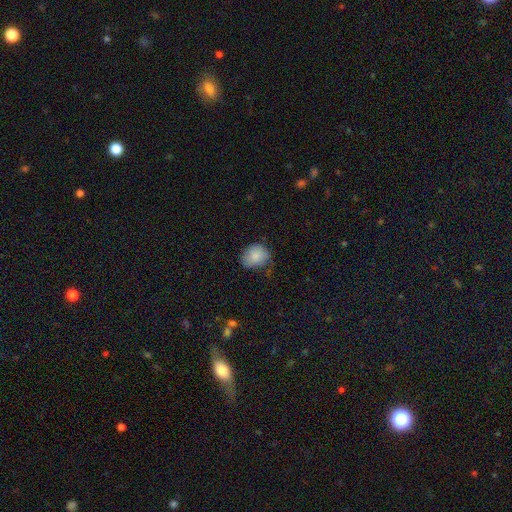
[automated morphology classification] This is clearly a smooth galaxy (84%). How rounded: possibly round (59%). Merging: likely none (64%).